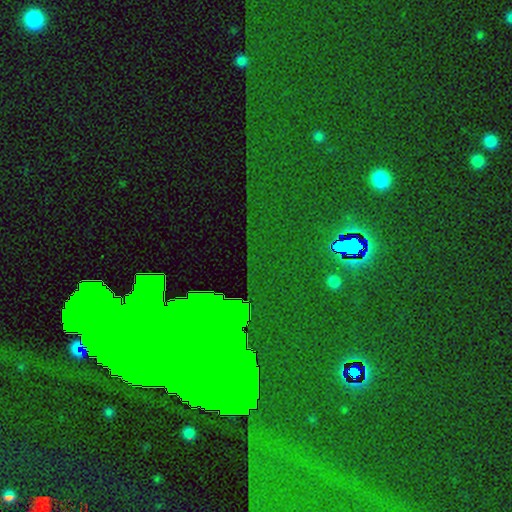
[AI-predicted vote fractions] This is likely a star or artifact rather than a galaxy (76%).